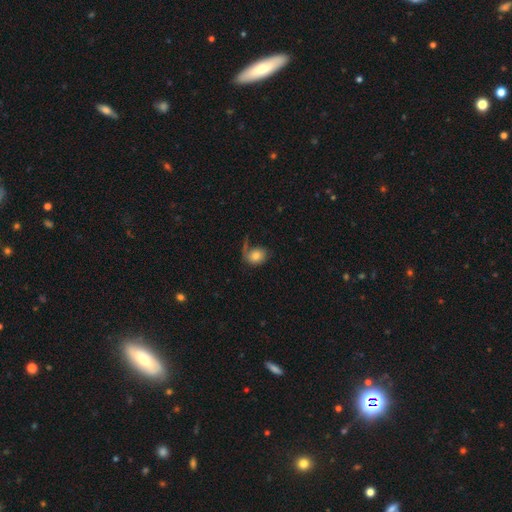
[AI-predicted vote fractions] This is likely a smooth galaxy (69%). How rounded: possibly round (50%). Merging: marginally none (43%).